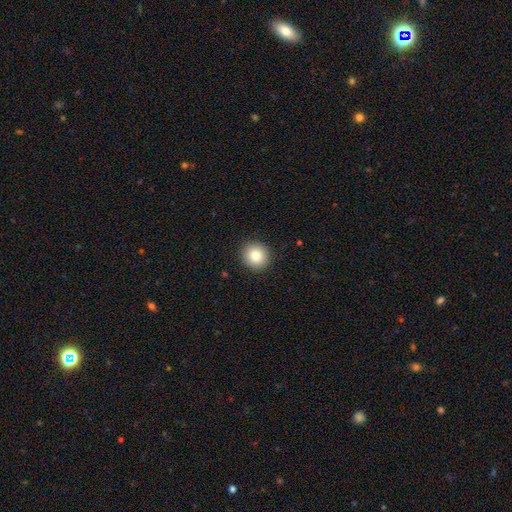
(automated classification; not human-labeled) smooth_or_featured: smooth (p=0.82) [alt: star or artifact p=0.10]
how_rounded: round (p=0.92) [alt: in between p=0.07]
merging: none (p=0.91) [alt: minor disturbance p=0.06]